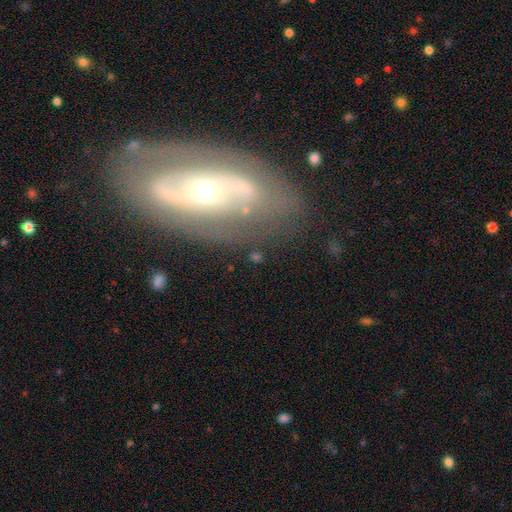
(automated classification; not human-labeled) Smooth or featured? featured or disk (66%)
Edge-on disk? no (89%)
Bar? no (49%)
Spiral arms? yes (71%)
Bulge size? small (47%)
Merging? none (64%)